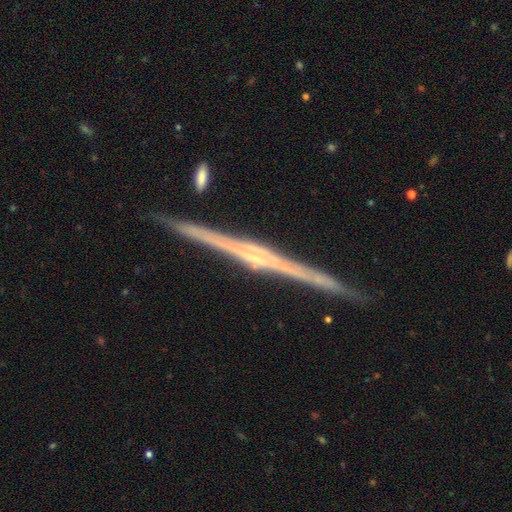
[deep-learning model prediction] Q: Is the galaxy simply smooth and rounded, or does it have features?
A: featured or disk — 89%.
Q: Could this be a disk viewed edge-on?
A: yes — 99%.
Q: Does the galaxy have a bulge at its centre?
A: rounded — 62%.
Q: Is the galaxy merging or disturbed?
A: none — 91%.